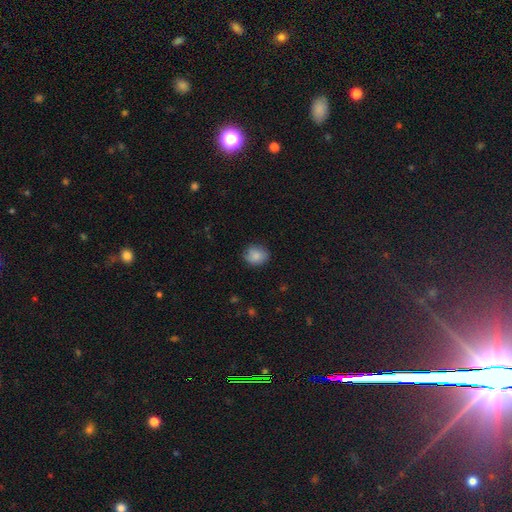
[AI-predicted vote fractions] This appears to be a smooth galaxy with no disk features (85%) that is round (68%). Merging: none (79%).